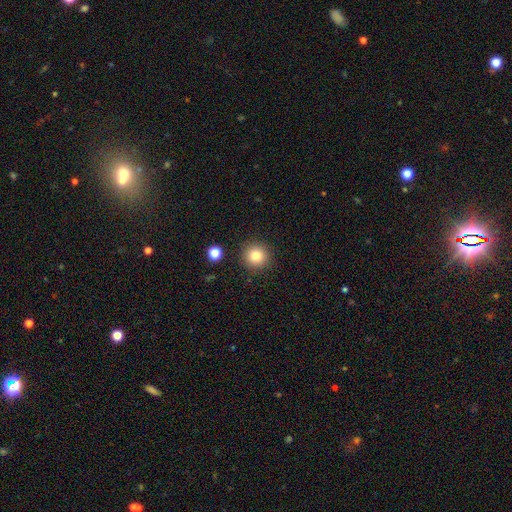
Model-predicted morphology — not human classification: smooth 82%, star or artifact 11%, featured or disk 7%. Down the decision tree: how rounded — round (94%); merging — none (89%).